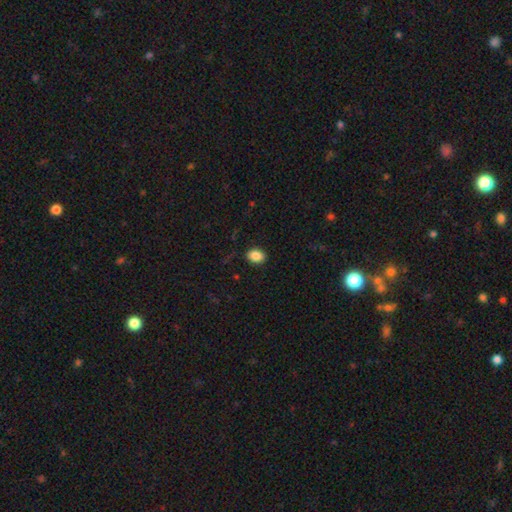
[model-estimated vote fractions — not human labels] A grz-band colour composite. It shows a smooth galaxy with no disk features (88%) that is in between round and cigar-shaped (65%). Merging: none (87%).